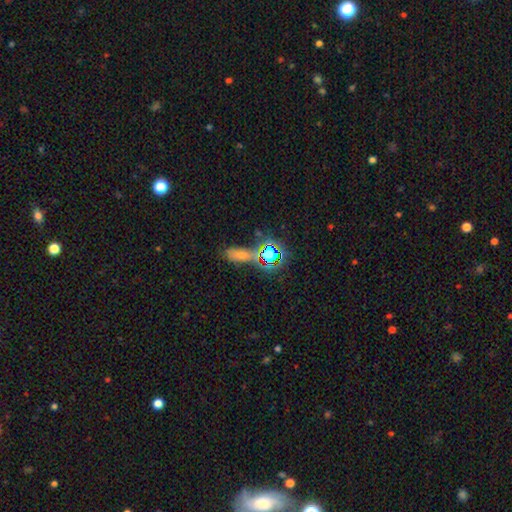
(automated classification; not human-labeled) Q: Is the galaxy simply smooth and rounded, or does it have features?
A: smooth — 43%.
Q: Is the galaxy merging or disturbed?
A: none — 47%.